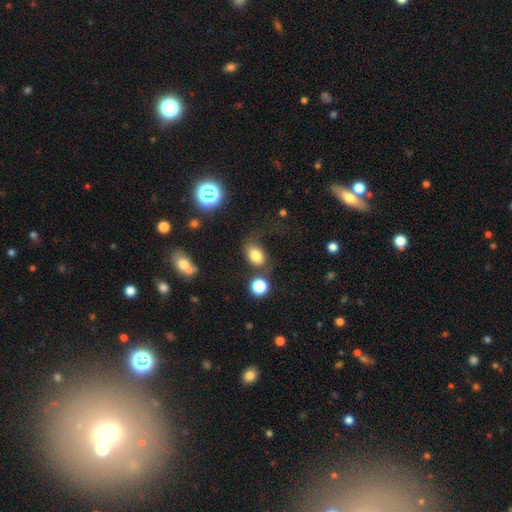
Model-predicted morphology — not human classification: smooth_or_featured: smooth (p=0.78) [alt: star or artifact p=0.12]
how_rounded: in between (p=0.72) [alt: round p=0.27]
merging: none (p=0.48) [alt: minor disturbance p=0.21]